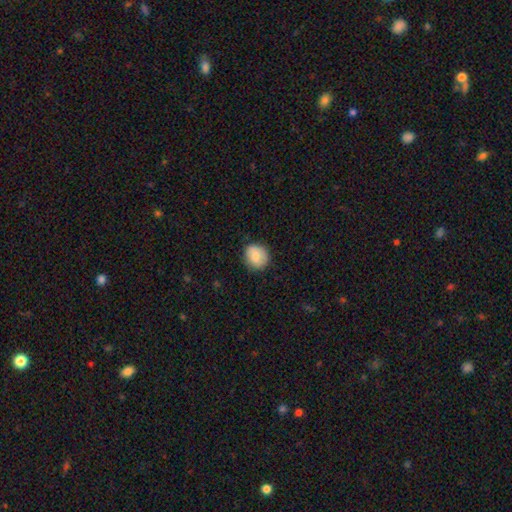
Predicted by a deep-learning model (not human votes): Smooth or featured: smooth — 77% (featured or disk — 15%)
How rounded: round — 82% (in between — 17%)
Merging: none — 83% (minor disturbance — 13%)